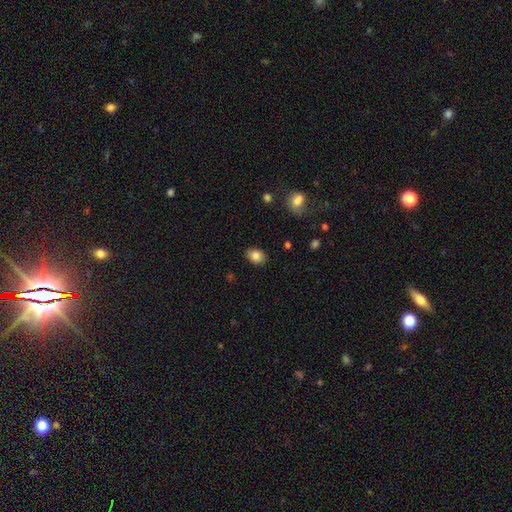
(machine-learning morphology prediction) smooth 84%, star or artifact 9%, featured or disk 7%. Down the decision tree: how rounded — in between (70%); merging — none (85%).